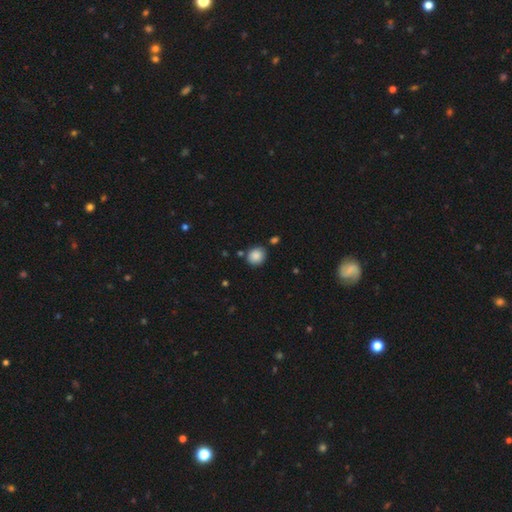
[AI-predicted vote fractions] smooth 87%, star or artifact 9%, featured or disk 4%. Down the decision tree: how rounded — round (80%); merging — none (82%).